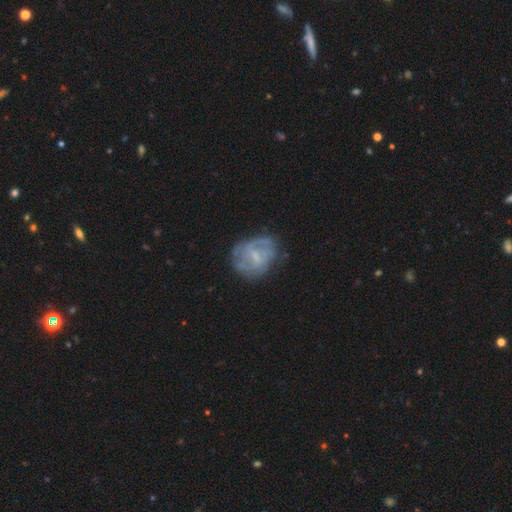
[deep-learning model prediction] Smooth or featured? featured or disk (70%)
Edge-on disk? no (98%)
Bar? weak (51%)
Spiral arms? yes (74%)
Spiral winding? medium (42%)
Spiral arm count? can't tell (40%)
Bulge size? small (50%)
Merging? none (63%)